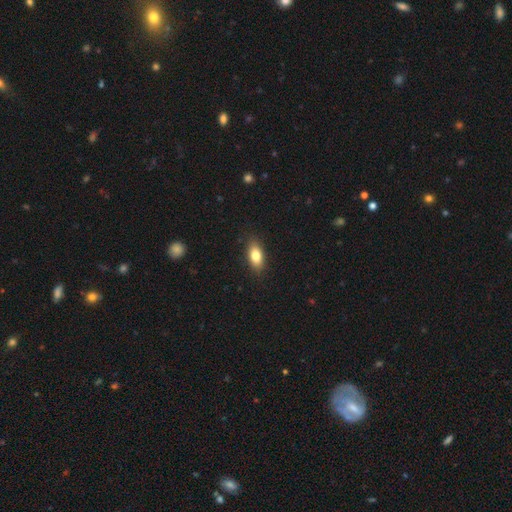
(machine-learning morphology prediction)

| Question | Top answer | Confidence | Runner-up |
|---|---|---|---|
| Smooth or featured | smooth | 80% | featured or disk (12%) |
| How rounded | in between | 86% | cigar-shaped (8%) |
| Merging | none | 87% | minor disturbance (10%) |